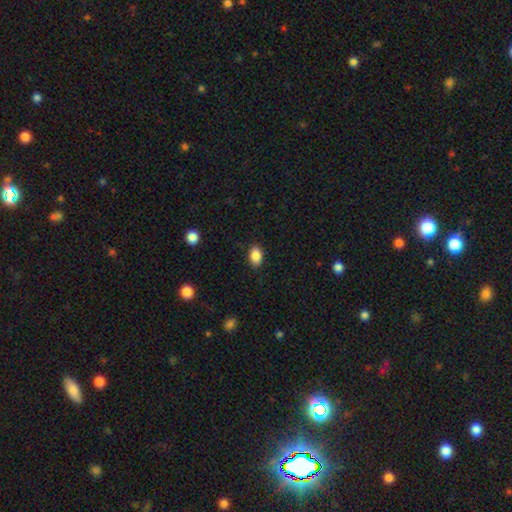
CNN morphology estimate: smooth-or-featured: smooth: 88% | star or artifact: 8% | featured or disk: 4%
  how-rounded: in between: 88% | round: 10% | cigar-shaped: 2%
  merging: none: 86% | minor disturbance: 11% | major disturbance: 2% | merger: 1%